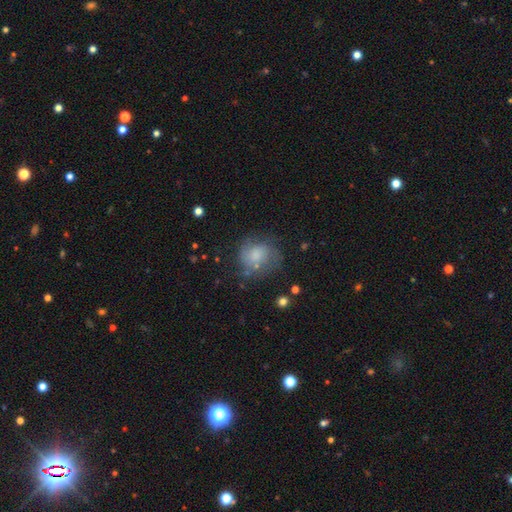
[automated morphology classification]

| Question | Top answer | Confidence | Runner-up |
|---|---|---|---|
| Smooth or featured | smooth | 54% | featured or disk (35%) |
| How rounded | round | 76% | in between (23%) |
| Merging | none | 59% | minor disturbance (24%) |